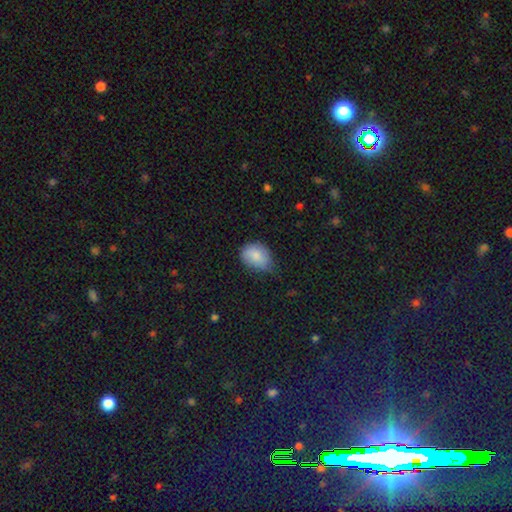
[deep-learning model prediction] smooth 82%, featured or disk 11%, star or artifact 7%. Down the decision tree: how rounded — in between (65%); merging — none (49%).